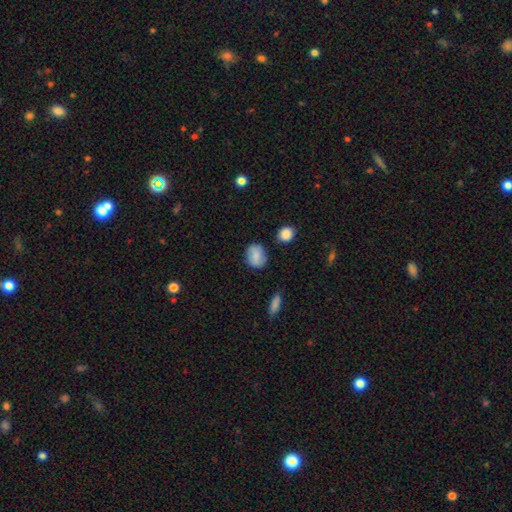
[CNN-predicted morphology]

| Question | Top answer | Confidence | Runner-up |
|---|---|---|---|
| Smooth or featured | smooth | 81% | featured or disk (11%) |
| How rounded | round | 53% | in between (45%) |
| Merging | none | 80% | minor disturbance (14%) |